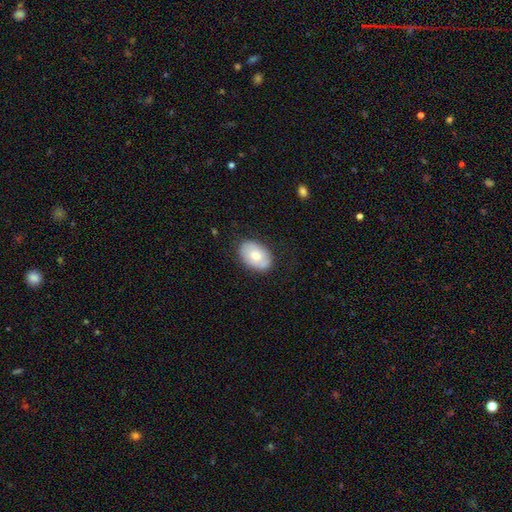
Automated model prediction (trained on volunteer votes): Smooth or featured? smooth (70%)
How rounded? in between (81%)
Merging? none (81%)